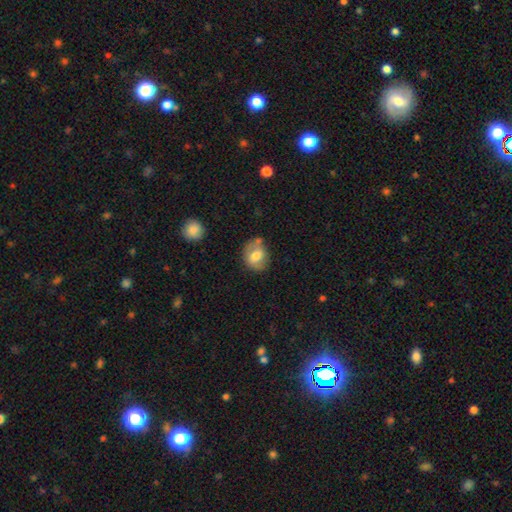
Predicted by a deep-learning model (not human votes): Q: Smooth or featured?
A: smooth (65%); runner-up: featured or disk (27%)
Q: How rounded?
A: round (51%); runner-up: in between (48%)
Q: Merging?
A: none (58%); runner-up: minor disturbance (25%)